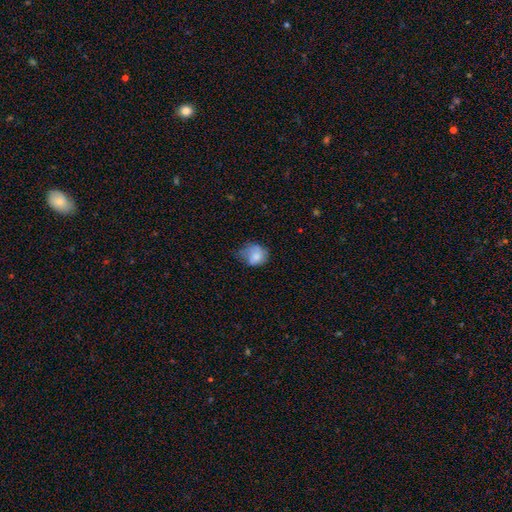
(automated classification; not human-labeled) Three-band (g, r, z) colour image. It shows a smooth galaxy with no disk features (72%) that is round (61%). Merging: minor disturbance (38%, tied with none).